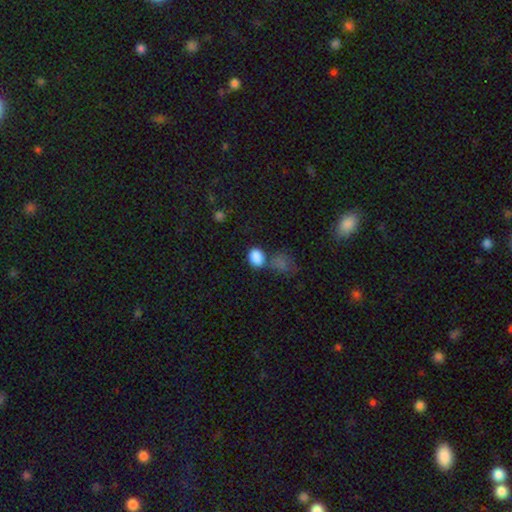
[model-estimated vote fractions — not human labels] A smooth galaxy with no disk features (86%) that is in between round and cigar-shaped (64%).

Vote fractions:
- Smooth or featured? smooth: 86% / star or artifact: 10% / featured or disk: 4%
- How rounded? in between: 64% / round: 35% / cigar-shaped: 1%
- Merging? none: 53% / merger: 23% / minor disturbance: 16% / major disturbance: 7%